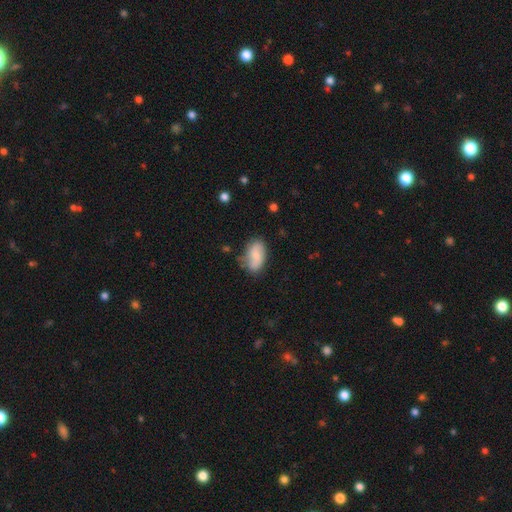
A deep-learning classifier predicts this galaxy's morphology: Q: Smooth or featured?
A: smooth (74%); runner-up: featured or disk (18%)
Q: How rounded?
A: in between (92%); runner-up: round (5%)
Q: Merging?
A: none (60%); runner-up: minor disturbance (27%)